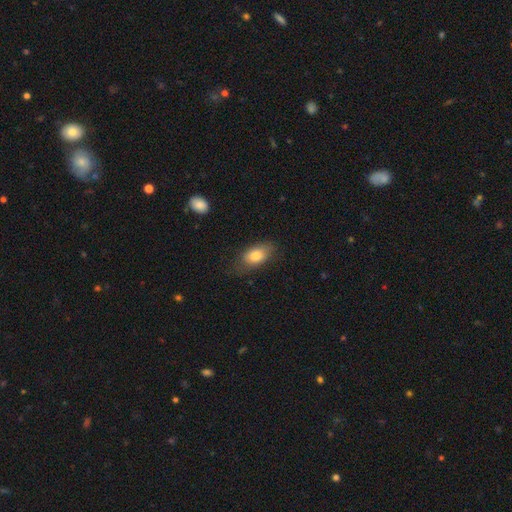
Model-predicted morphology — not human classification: A smooth galaxy with no disk features (80%) that is in between round and cigar-shaped (87%). Merging: none (72%).